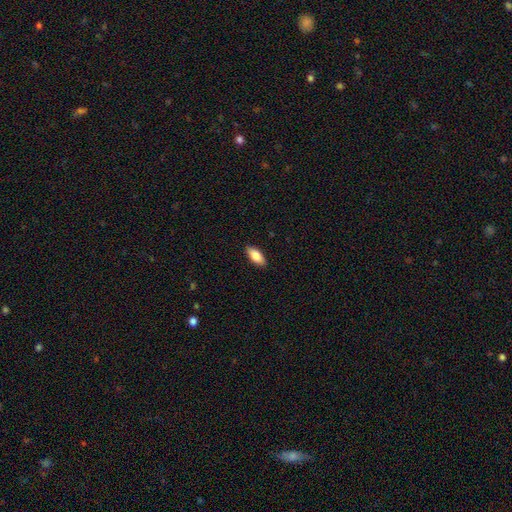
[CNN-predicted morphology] type=smooth (84%); roundness=in between (87%); merging=none (89%).